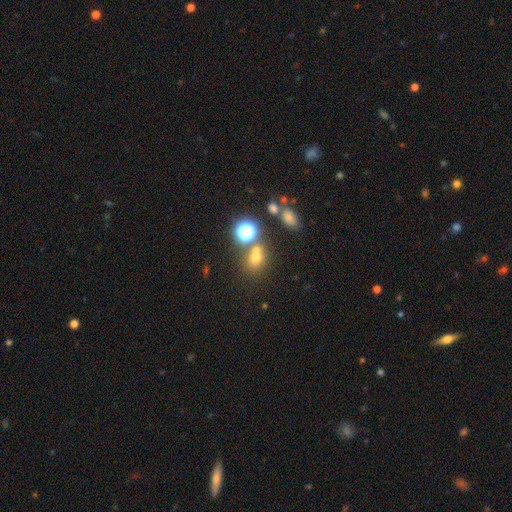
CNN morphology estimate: smooth-or-featured: smooth: 61% | star or artifact: 29% | featured or disk: 10%
  how-rounded: round: 59% | in between: 40% | cigar-shaped: 2%
  merging: none: 57% | merger: 26% | minor disturbance: 11% | major disturbance: 5%